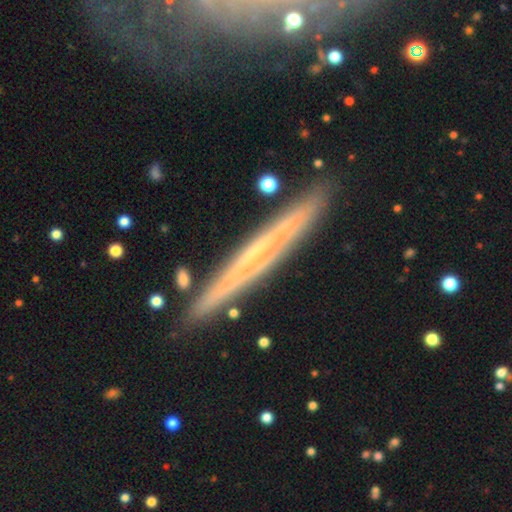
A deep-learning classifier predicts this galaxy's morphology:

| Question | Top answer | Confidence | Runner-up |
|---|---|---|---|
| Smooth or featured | featured or disk | 66% | smooth (25%) |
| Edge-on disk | yes | 89% | no (11%) |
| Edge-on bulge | none | 79% | rounded (17%) |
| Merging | none | 83% | minor disturbance (13%) |